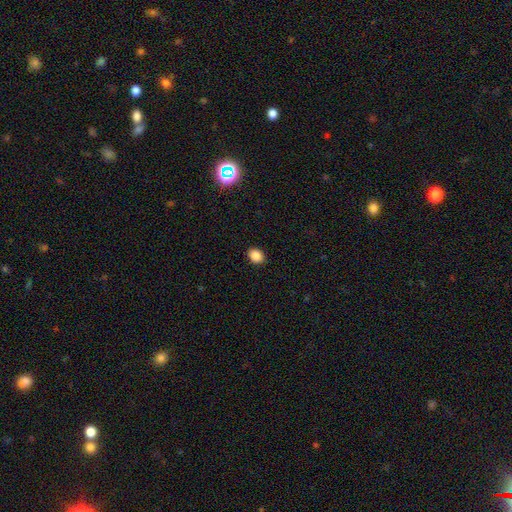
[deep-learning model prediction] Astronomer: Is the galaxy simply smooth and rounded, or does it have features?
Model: smooth — 87%.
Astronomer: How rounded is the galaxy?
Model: in between — 54% (runner-up: round, 45%).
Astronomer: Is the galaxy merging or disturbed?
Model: none — 90%.